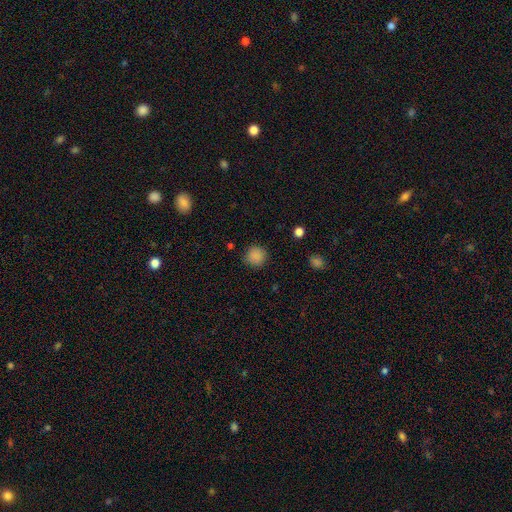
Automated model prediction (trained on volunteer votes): A smooth galaxy with no disk features (86%) that is round (92%). Merging: none (85%).